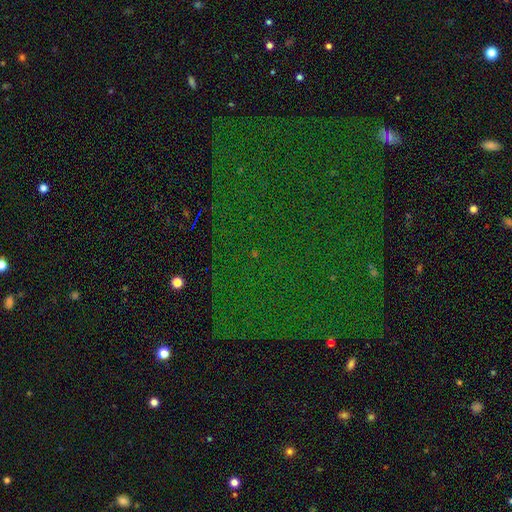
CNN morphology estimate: Q: Smooth or featured?
A: star or artifact (78%); runner-up: smooth (12%)